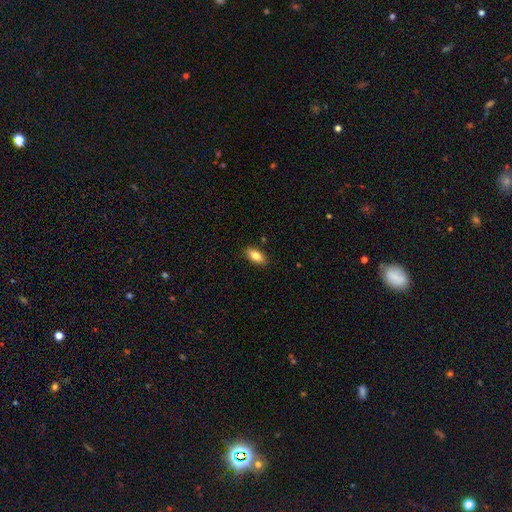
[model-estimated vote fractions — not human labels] smooth_or_featured: smooth (p=0.80) [alt: featured or disk p=0.13]
how_rounded: in between (p=0.90) [alt: cigar-shaped p=0.07]
merging: none (p=0.88) [alt: minor disturbance p=0.09]